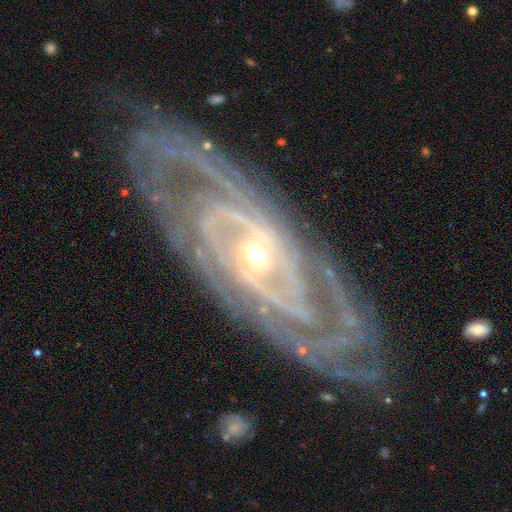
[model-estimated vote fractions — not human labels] Smooth or featured?
  - featured or disk: 91% *
  - star or artifact: 5%
  - smooth: 4%
Edge-on disk?
  - no: 93% *
  - yes: 7%
Bar?
  - no: 49% *
  - weak: 30%
  - strong: 21%
Spiral arms?
  - yes: 96% *
  - no: 4%
Spiral winding?
  - tight: 64% *
  - medium: 28%
  - loose: 8%
Spiral arm count?
  - 2: 36% *
  - can't tell: 20%
  - 3: 16%
  - 4: 10%
  - more than 4: 8%
  - 1: 8%
Bulge size?
  - small: 50% *
  - moderate: 46%
  - large: 2%
  - none: 1%
  - dominant: 1%
Merging?
  - none: 69% *
  - minor disturbance: 18%
  - major disturbance: 11%
  - merger: 3%